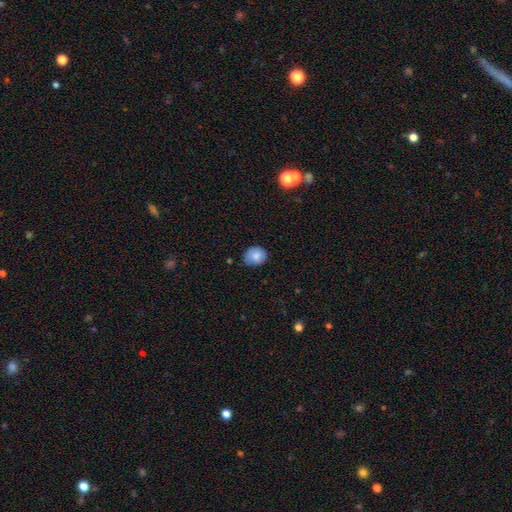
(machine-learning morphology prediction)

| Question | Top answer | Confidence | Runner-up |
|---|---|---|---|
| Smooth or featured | smooth | 81% | featured or disk (11%) |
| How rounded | round | 64% | in between (35%) |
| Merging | none | 71% | minor disturbance (24%) |